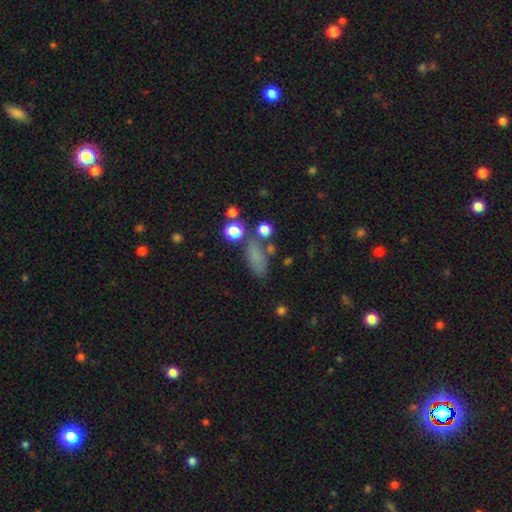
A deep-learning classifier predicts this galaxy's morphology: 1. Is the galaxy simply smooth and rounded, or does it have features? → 71% smooth, 18% star or artifact, 11% featured or disk.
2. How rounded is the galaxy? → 68% in between, 20% cigar-shaped, 12% round.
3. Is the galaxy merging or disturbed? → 61% none, 17% minor disturbance, 12% merger, 9% major disturbance.